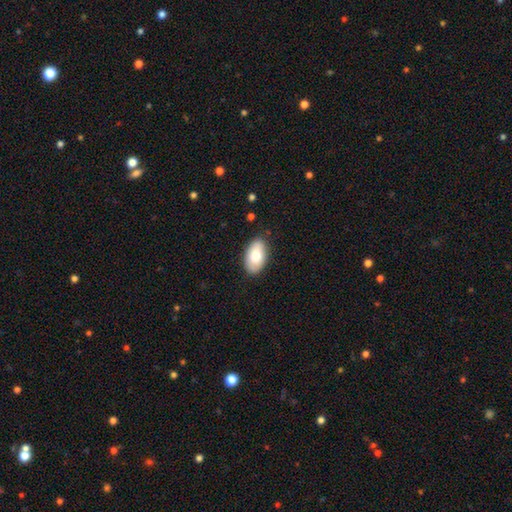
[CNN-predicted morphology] Q: Smooth or featured?
A: smooth (81%); runner-up: featured or disk (12%)
Q: How rounded?
A: in between (95%); runner-up: round (4%)
Q: Merging?
A: none (83%); runner-up: minor disturbance (13%)